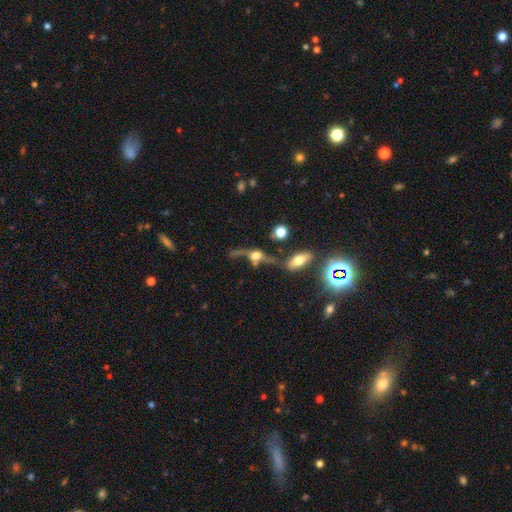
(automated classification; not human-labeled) Smooth or featured? featured or disk (61%)
Edge-on disk? yes (53%)
Merging? none (36%)